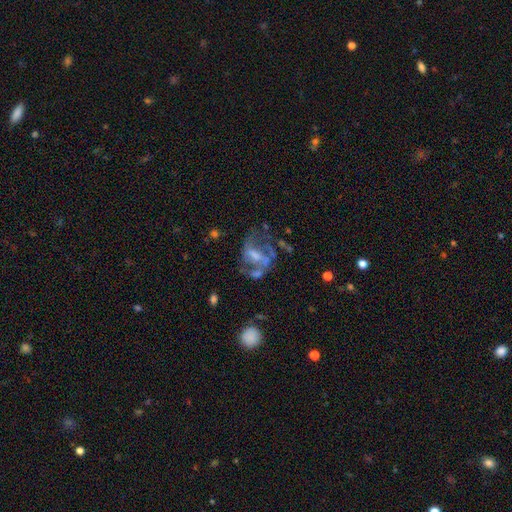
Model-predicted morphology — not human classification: featured or disk 69%, smooth 17%, star or artifact 14%. Down the decision tree: edge-on disk — no (96%); bar — weak (41%); spiral arms — yes (64%); bulge size — moderate (41%); merging — none (39%).